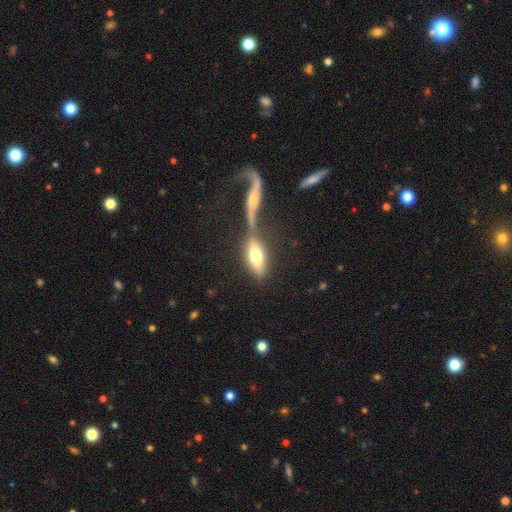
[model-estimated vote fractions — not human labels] Morphology: type=smooth (58%); roundness=in between (67%); merging=none (44%).